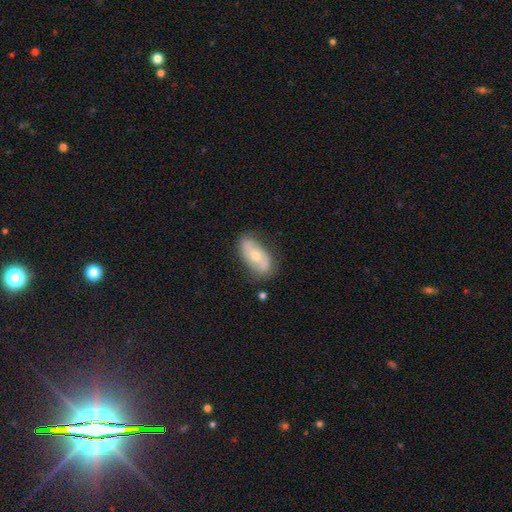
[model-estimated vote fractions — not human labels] featured or disk 50%, smooth 44%, star or artifact 6%. Down the decision tree: edge-on disk — no (89%); merging — none (73%).